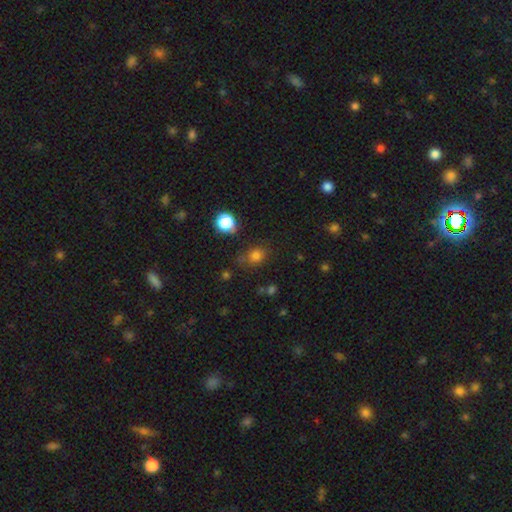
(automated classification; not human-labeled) Q: Smooth or featured?
A: smooth (76%); runner-up: star or artifact (19%)
Q: How rounded?
A: round (68%); runner-up: in between (31%)
Q: Merging?
A: none (71%); runner-up: minor disturbance (17%)